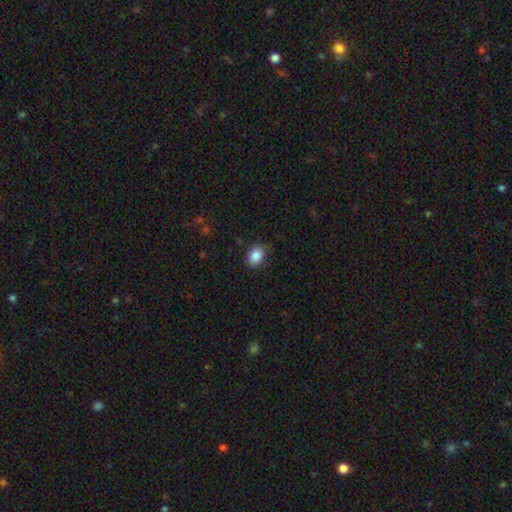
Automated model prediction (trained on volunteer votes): smooth 87%, star or artifact 8%, featured or disk 5%. Down the decision tree: how rounded — in between (72%); merging — none (76%).